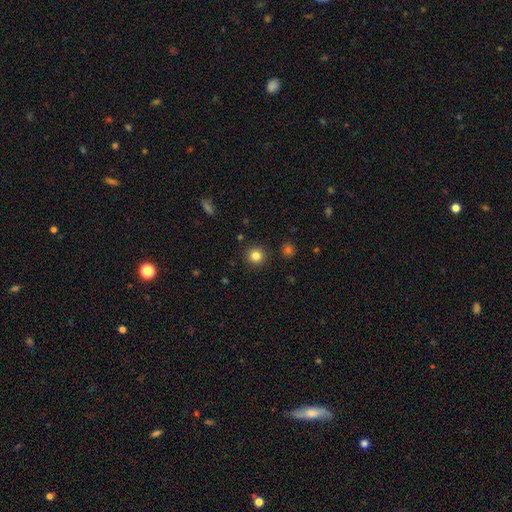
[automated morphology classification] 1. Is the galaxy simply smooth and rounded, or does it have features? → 82% smooth, 12% star or artifact, 5% featured or disk.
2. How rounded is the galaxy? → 94% round, 5% in between, 1% cigar-shaped.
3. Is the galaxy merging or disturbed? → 91% none, 5% minor disturbance, 2% major disturbance, 2% merger.